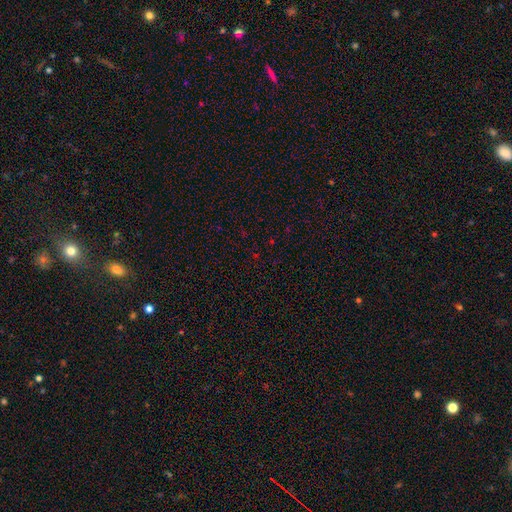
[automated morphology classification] A star or artifact, not a galaxy (65%).

Vote fractions:
- Smooth or featured? star or artifact: 65% / smooth: 28% / featured or disk: 7%